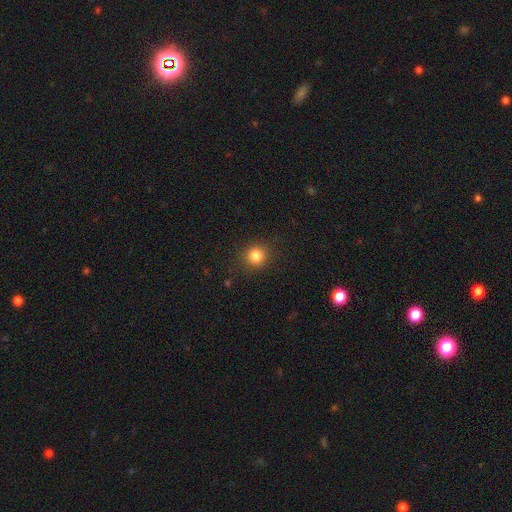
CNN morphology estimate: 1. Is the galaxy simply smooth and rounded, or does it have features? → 82% smooth, 12% star or artifact, 5% featured or disk.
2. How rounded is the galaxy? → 89% round, 10% in between, 1% cigar-shaped.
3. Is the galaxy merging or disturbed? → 89% none, 7% minor disturbance, 3% major disturbance, 1% merger.